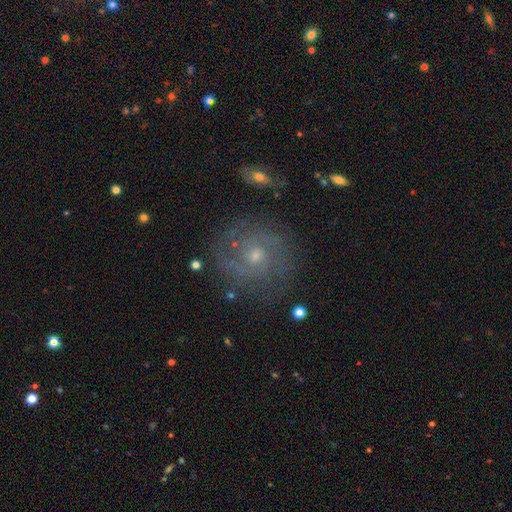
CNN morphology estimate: Smooth or featured? featured or disk (74%)
Edge-on disk? no (98%)
Bar? no (66%)
Spiral arms? yes (91%)
Spiral winding? tight (52%)
Spiral arm count? 2 (46%)
Bulge size? small (54%)
Merging? none (77%)